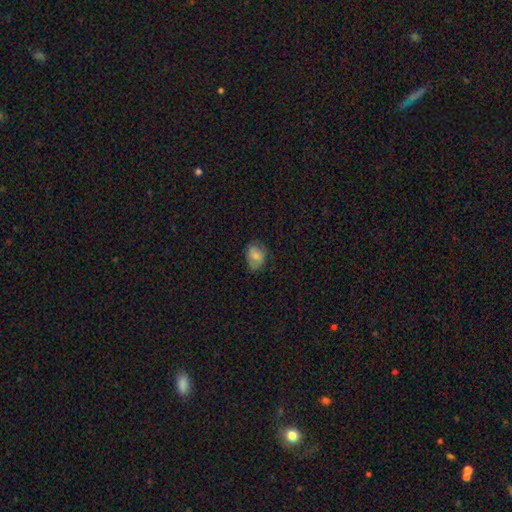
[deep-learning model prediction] Overall: smooth (73%). How rounded: in between (68%; round 31%). Merging: none (67%).